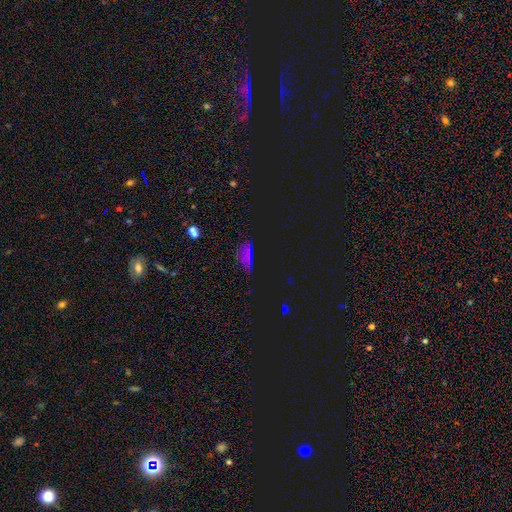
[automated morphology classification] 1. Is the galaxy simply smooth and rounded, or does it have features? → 49% star or artifact, 42% smooth, 9% featured or disk.